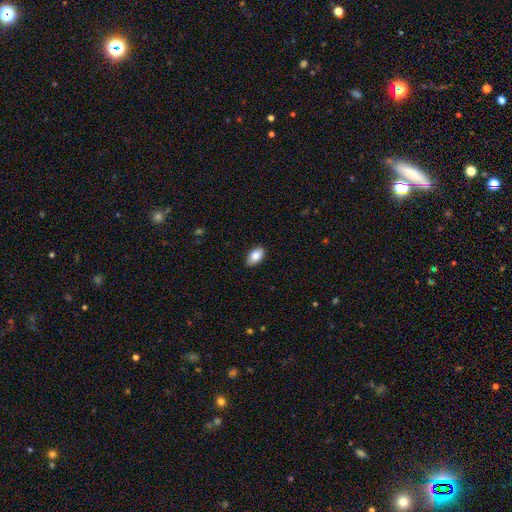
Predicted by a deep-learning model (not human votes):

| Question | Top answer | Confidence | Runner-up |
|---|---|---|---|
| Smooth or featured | smooth | 86% | featured or disk (7%) |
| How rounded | in between | 93% | round (4%) |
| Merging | none | 85% | minor disturbance (12%) |